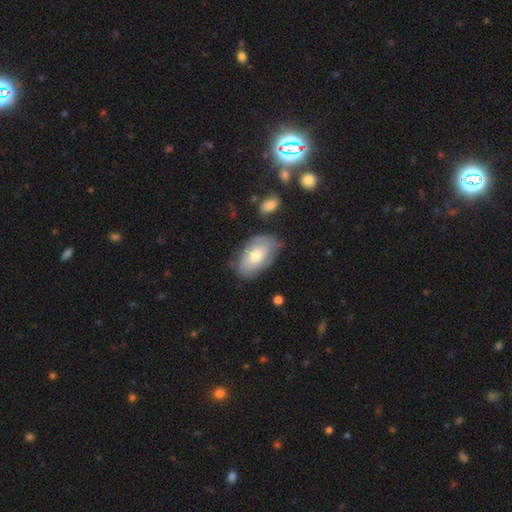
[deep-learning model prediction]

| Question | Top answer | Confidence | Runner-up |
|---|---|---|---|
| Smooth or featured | smooth | 64% | featured or disk (29%) |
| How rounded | in between | 93% | round (6%) |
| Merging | none | 67% | minor disturbance (24%) |